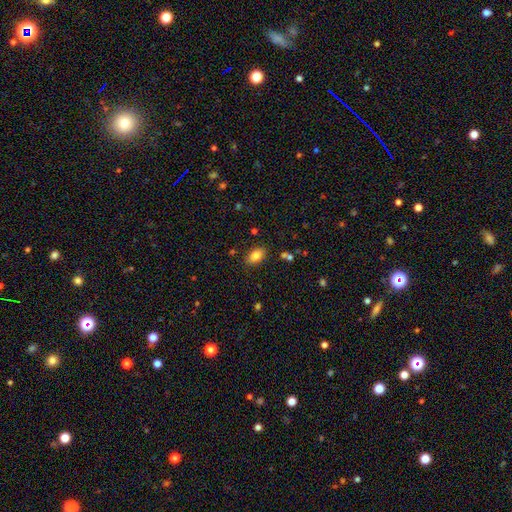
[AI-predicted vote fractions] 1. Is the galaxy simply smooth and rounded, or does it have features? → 83% smooth, 9% star or artifact, 8% featured or disk.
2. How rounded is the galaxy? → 90% in between, 8% round, 2% cigar-shaped.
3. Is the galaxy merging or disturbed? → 85% none, 10% minor disturbance, 2% major disturbance, 2% merger.